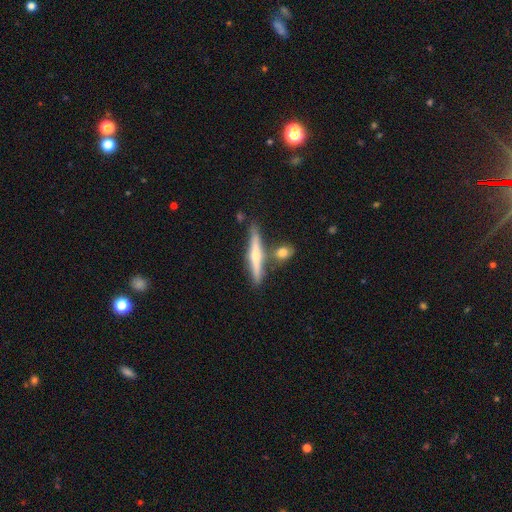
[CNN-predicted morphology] smooth-or-featured: featured or disk: 56% | smooth: 38% | star or artifact: 6%
  disk-edge-on: yes: 95% | no: 5%
    edge-on-bulge: rounded: 72% | none: 21% | boxy: 7%
  merging: none: 72% | merger: 13% | minor disturbance: 12% | major disturbance: 3%